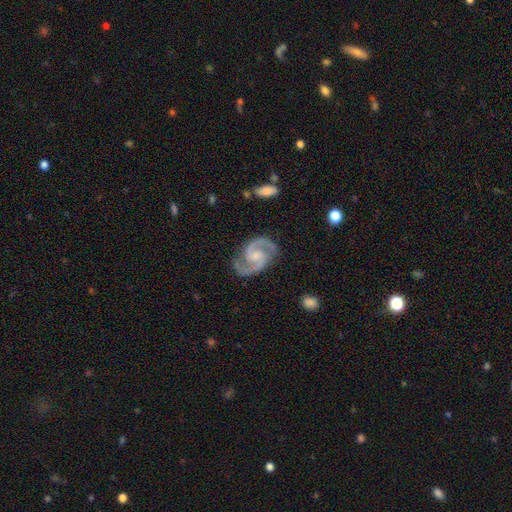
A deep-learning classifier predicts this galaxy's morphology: type=featured or disk (94%); edge-on=no (98%); bar=weak (44%); spiral arms=yes (99%); winding=medium (65%); arm count=2 (95%); bulge=small (43%); merging=none (83%).